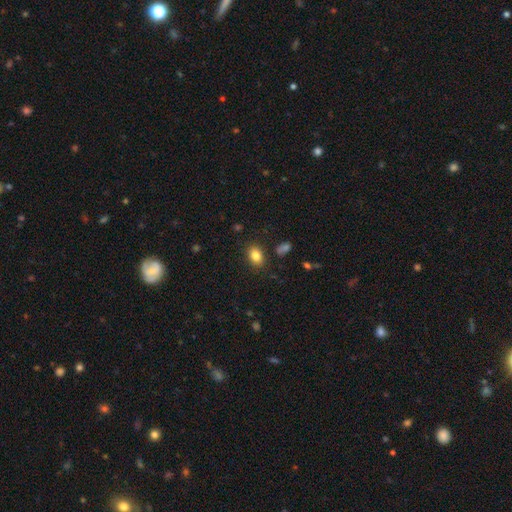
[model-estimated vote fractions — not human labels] Morphology: type=smooth (83%); roundness=in between (71%); merging=none (85%).